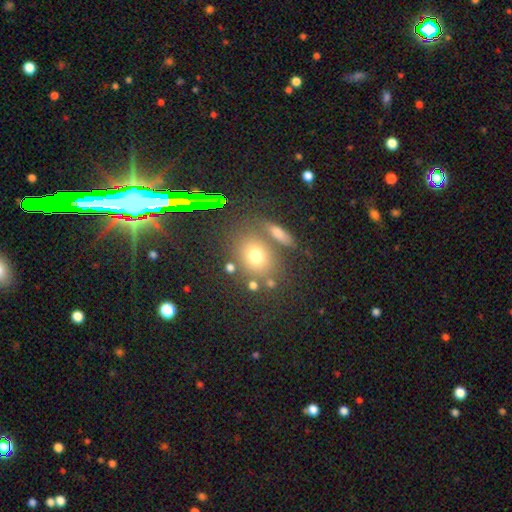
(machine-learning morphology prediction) Smooth or featured: smooth — 67% (star or artifact — 19%)
How rounded: round — 59% (in between — 39%)
Merging: none — 69% (merger — 14%)